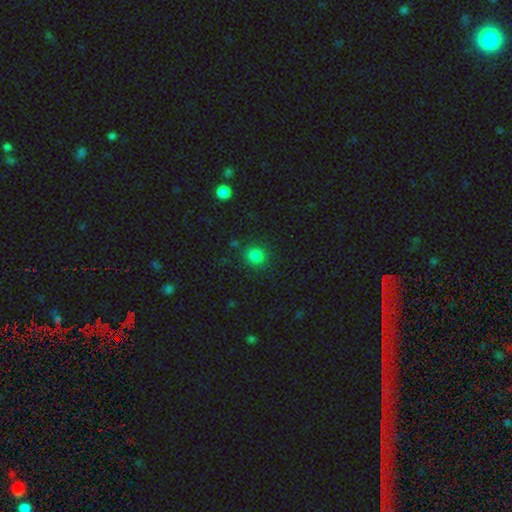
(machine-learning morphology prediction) The model was most divided on "how rounded": round: 80%, in between: 19%, cigar-shaped: 1%. More confident: merging — none (86%); smooth or featured — smooth (83%).